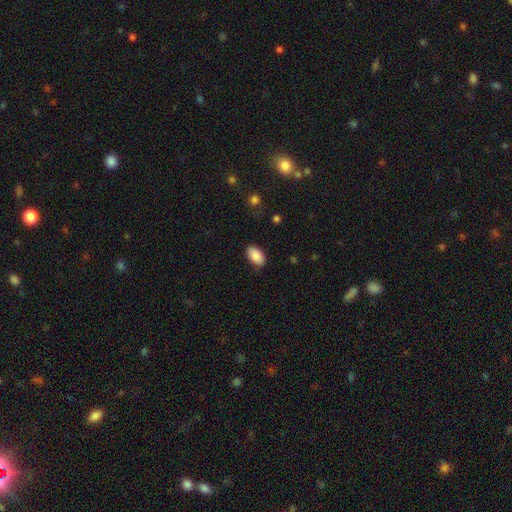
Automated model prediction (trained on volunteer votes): This appears to be a smooth galaxy with no disk features (87%) that is in between round and cigar-shaped (94%). Merging: none (84%).